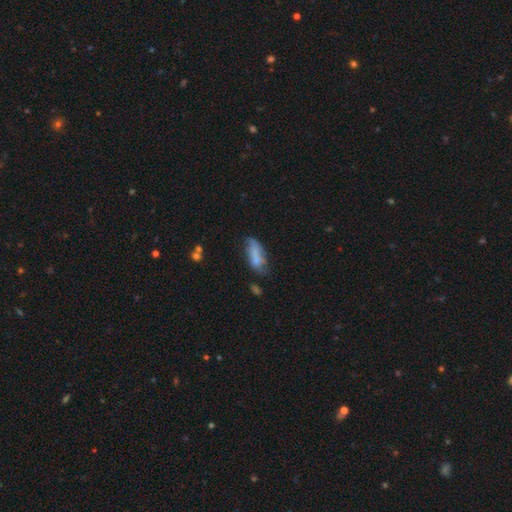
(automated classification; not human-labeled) This is likely a smooth galaxy (64%). How rounded: likely in between (79%). Merging: marginally none (37%).